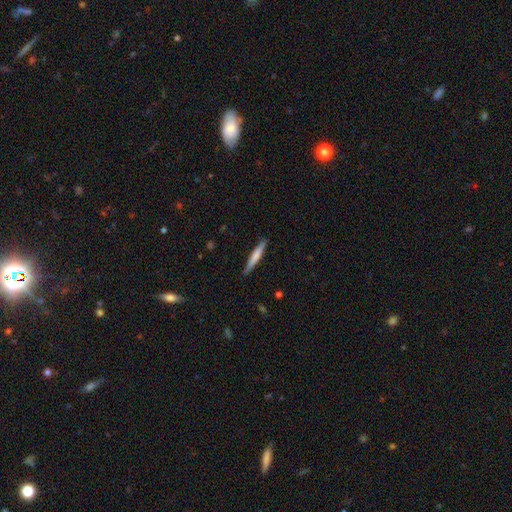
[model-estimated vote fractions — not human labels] Smooth or featured?
  - smooth: 66% *
  - featured or disk: 29%
  - star or artifact: 5%
How rounded?
  - cigar-shaped: 94% *
  - in between: 5%
  - round: 1%
Merging?
  - none: 87% *
  - minor disturbance: 10%
  - major disturbance: 2%
  - merger: 1%